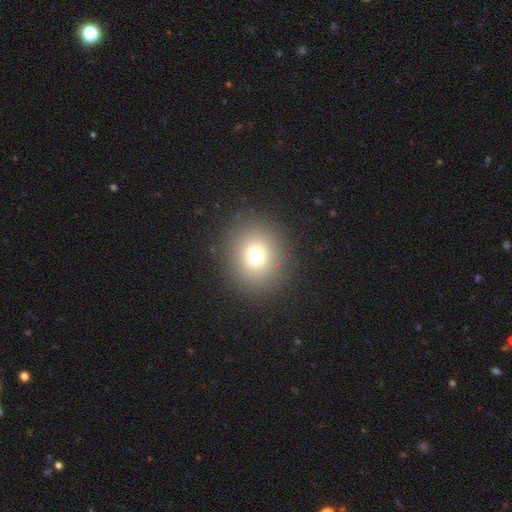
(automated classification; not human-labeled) The model was most divided on "smooth or featured": smooth: 71%, star or artifact: 18%, featured or disk: 11%. More confident: merging — none (88%); how rounded — round (80%).